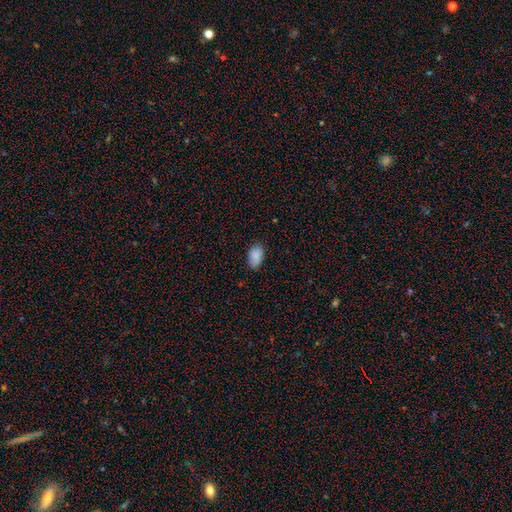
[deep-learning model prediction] This is clearly a smooth galaxy (89%). How rounded: clearly in between (91%). Merging: clearly none (80%).